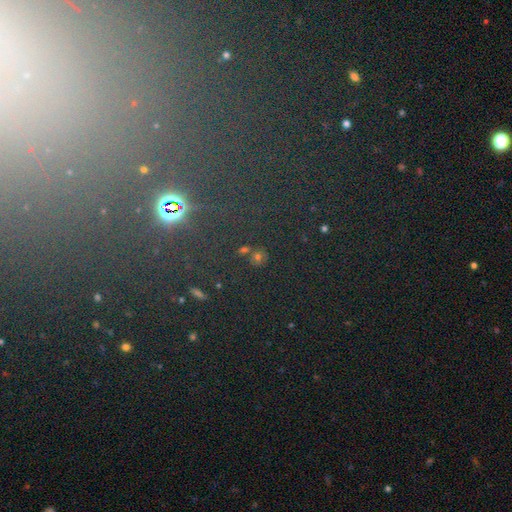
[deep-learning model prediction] Smooth or featured? Predicted: star or artifact (p=0.66).